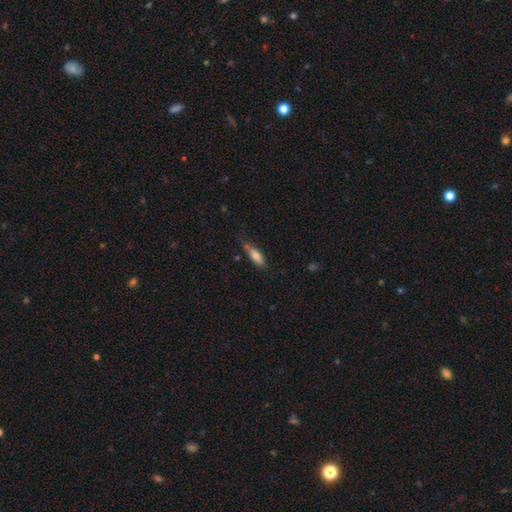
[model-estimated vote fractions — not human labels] A smooth galaxy with no disk features (78%) that is cigar-shaped (50%). Merging: none (63%).